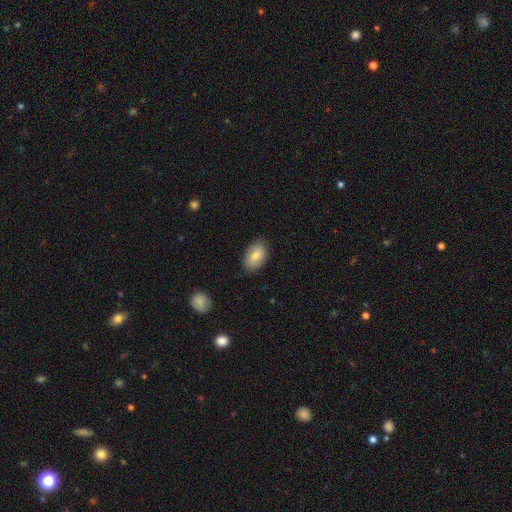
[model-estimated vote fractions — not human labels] A smooth galaxy with no disk features (76%) that is in between round and cigar-shaped (91%).

Vote fractions:
- Smooth or featured? smooth: 76% / featured or disk: 18% / star or artifact: 7%
- How rounded? in between: 91% / round: 7% / cigar-shaped: 2%
- Merging? none: 82% / minor disturbance: 14% / major disturbance: 3% / merger: 1%